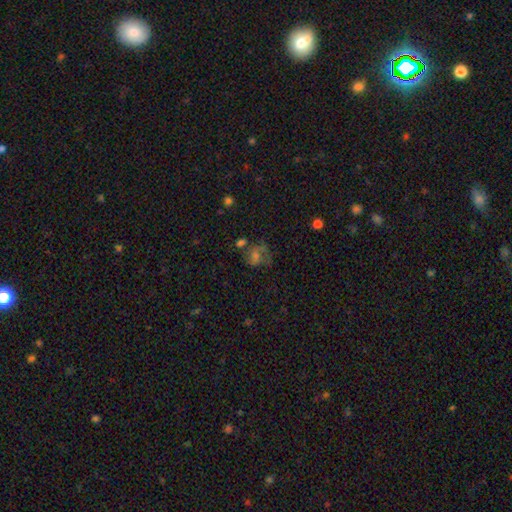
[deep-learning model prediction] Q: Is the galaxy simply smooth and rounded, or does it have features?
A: featured or disk — 41%.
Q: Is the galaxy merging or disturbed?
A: none — 44%.